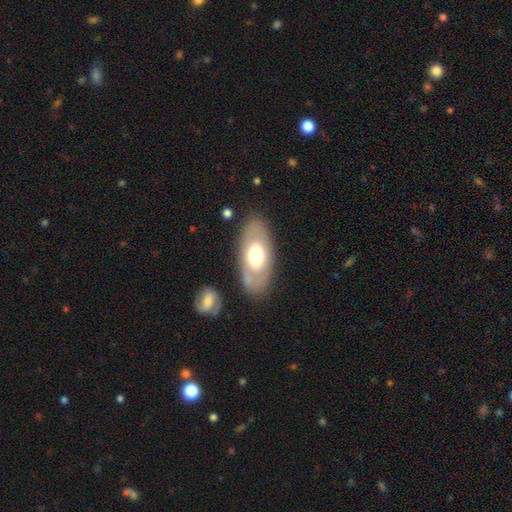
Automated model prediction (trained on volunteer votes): smooth-or-featured: smooth: 54% | featured or disk: 40% | star or artifact: 6%
  how-rounded: in between: 92% | round: 5% | cigar-shaped: 4%
  merging: none: 81% | minor disturbance: 12% | major disturbance: 4% | merger: 3%